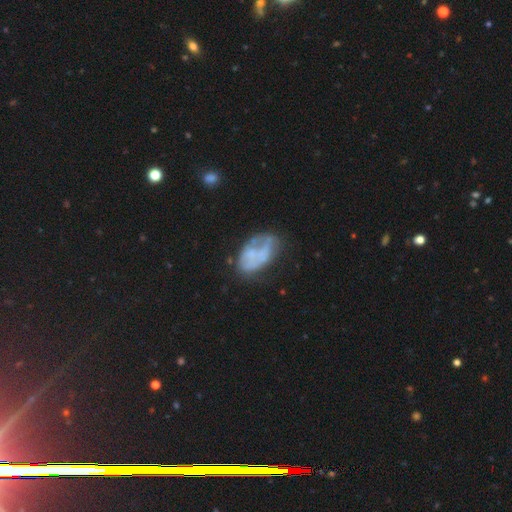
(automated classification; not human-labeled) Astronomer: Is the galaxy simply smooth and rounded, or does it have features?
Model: featured or disk — 54% (runner-up: smooth, 36%).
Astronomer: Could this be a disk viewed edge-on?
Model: no — 97%.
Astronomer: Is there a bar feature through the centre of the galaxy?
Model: no — 86%.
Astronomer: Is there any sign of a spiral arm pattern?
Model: no — 80%.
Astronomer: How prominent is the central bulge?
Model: none — 69%.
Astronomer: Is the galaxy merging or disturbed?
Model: none — 43% (runner-up: minor disturbance, 26%).